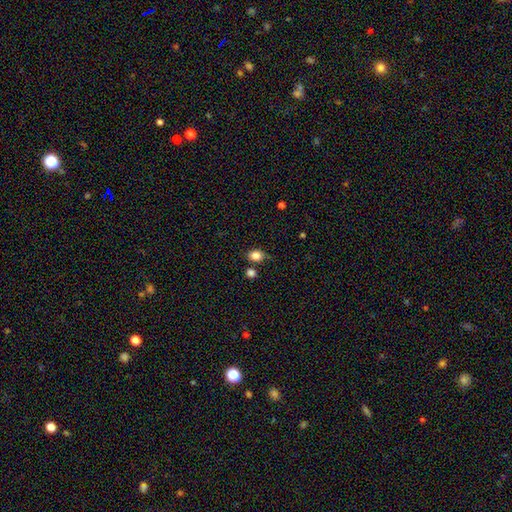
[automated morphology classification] This appears to be a smooth galaxy with no disk features (84%) that is in between round and cigar-shaped (50%). Merging: none (73%).